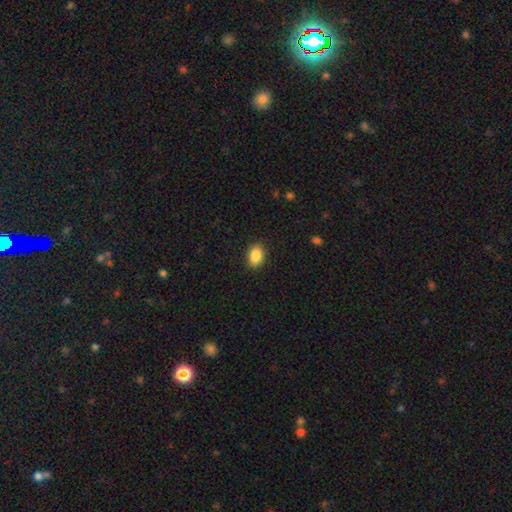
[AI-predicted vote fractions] Smooth or featured? smooth (88%)
How rounded? in between (82%)
Merging? none (89%)